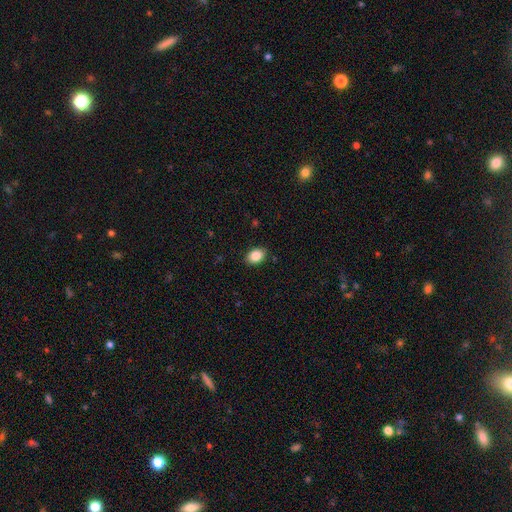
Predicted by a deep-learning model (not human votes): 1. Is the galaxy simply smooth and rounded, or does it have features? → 87% smooth, 8% star or artifact, 5% featured or disk.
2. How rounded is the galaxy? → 78% in between, 21% round, 1% cigar-shaped.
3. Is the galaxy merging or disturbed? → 88% none, 9% minor disturbance, 2% major disturbance, 1% merger.